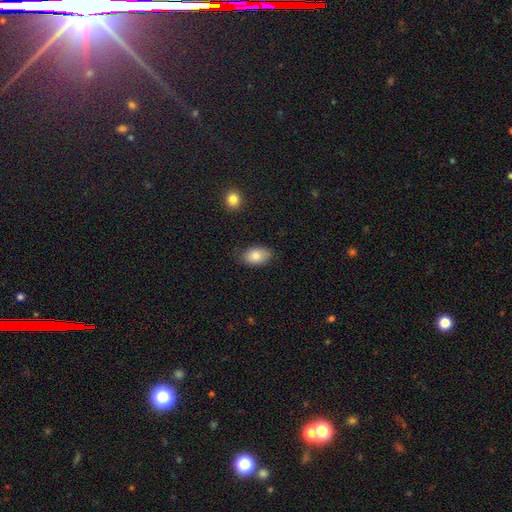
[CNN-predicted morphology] Smooth or featured? Predicted: smooth (p=0.83). How rounded? Predicted: in between (p=0.88). Merging? Predicted: none (p=0.76).